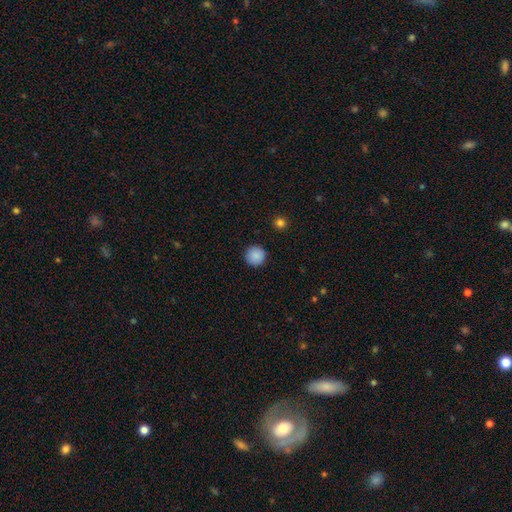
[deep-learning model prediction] The model was most divided on "smooth or featured": smooth: 88%, star or artifact: 9%, featured or disk: 3%. More confident: how rounded — round (96%); merging — none (92%).